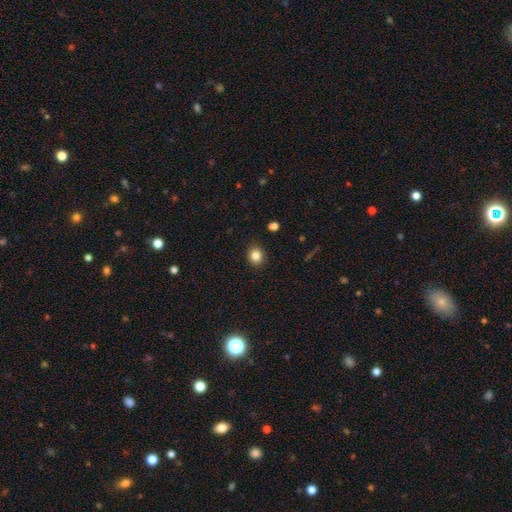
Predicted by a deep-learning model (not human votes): Overall: smooth (84%). How rounded: round (71%). Merging: none (89%).